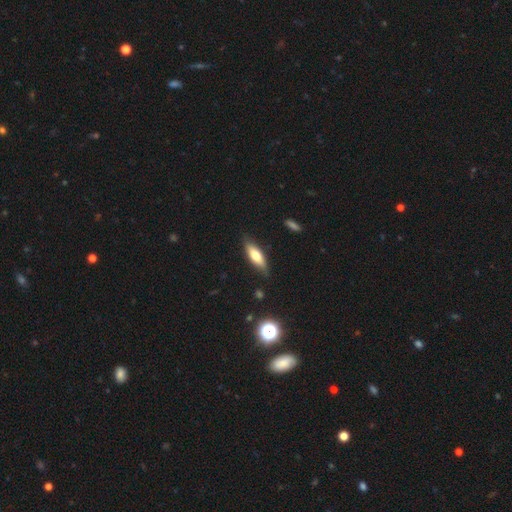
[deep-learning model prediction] A smooth galaxy with no disk features (64%) that is in between round and cigar-shaped (55%). Merging: none (82%).